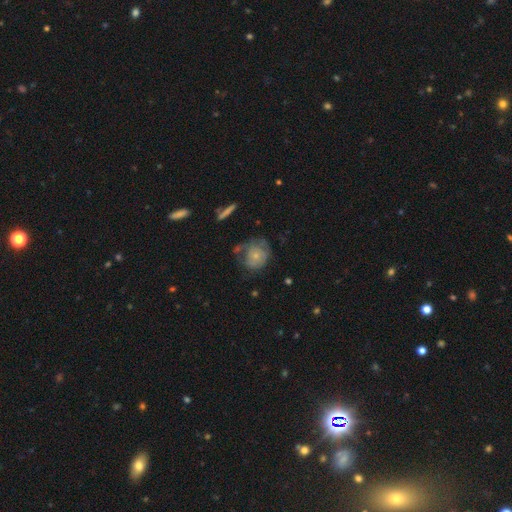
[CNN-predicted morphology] Smooth or featured?
  - smooth: 55% *
  - featured or disk: 37%
  - star or artifact: 8%
How rounded?
  - round: 75% *
  - in between: 24%
  - cigar-shaped: 1%
Merging?
  - none: 45% *
  - minor disturbance: 28%
  - major disturbance: 21%
  - merger: 6%